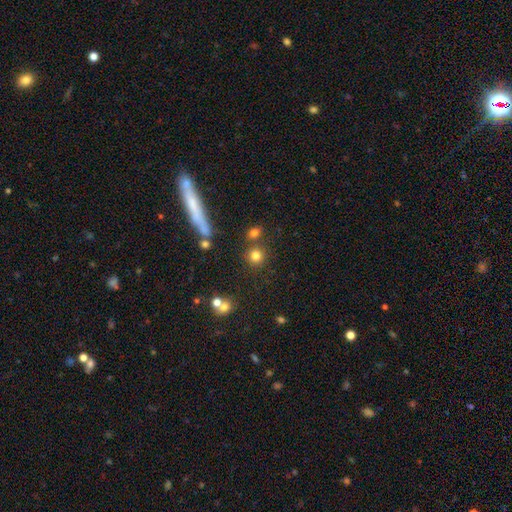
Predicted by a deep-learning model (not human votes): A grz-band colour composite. It shows a smooth galaxy with no disk features (78%) that is round (91%). Merging: none (77%).